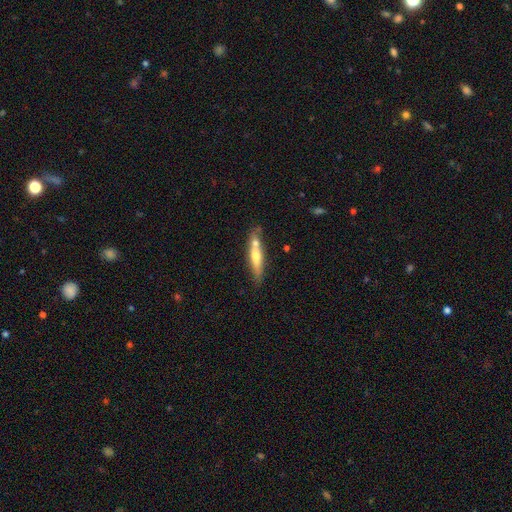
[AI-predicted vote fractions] A smooth galaxy with no disk features (53%) that is cigar-shaped (83%). Merging: none (60%).